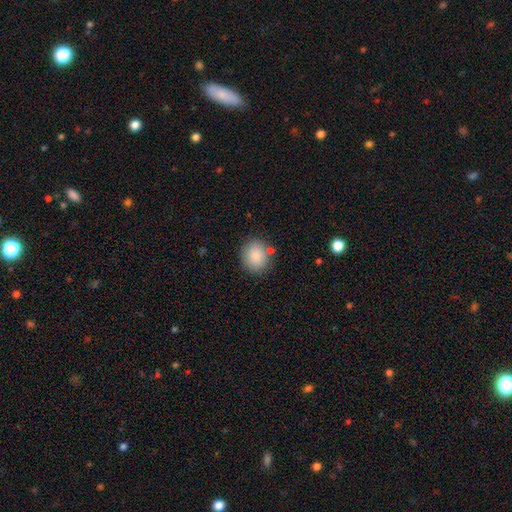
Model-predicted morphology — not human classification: Q: Smooth or featured?
A: smooth (87%); runner-up: star or artifact (8%)
Q: How rounded?
A: round (71%); runner-up: in between (28%)
Q: Merging?
A: none (78%); runner-up: minor disturbance (12%)